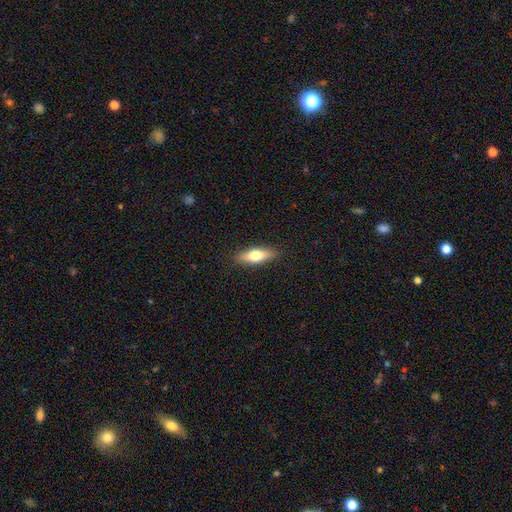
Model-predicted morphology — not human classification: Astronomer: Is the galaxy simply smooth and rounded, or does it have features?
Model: smooth — 64%.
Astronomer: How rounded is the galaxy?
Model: in between — 55% (runner-up: cigar-shaped, 41%).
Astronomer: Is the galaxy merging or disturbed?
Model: none — 88%.